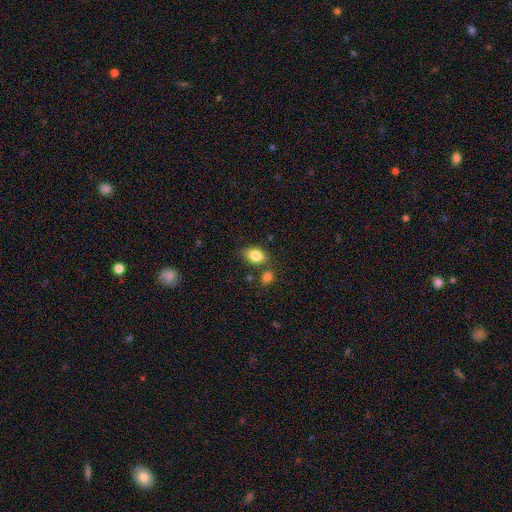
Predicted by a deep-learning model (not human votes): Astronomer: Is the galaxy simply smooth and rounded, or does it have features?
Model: smooth — 84%.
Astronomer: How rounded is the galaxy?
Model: in between — 84%.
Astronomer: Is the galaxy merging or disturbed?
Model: none — 69%.